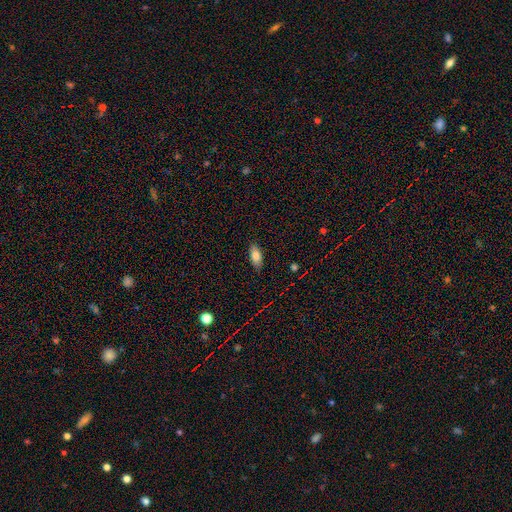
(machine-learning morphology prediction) smooth-or-featured: smooth: 80% | featured or disk: 13% | star or artifact: 8%
  how-rounded: in between: 84% | cigar-shaped: 13% | round: 3%
  merging: none: 86% | minor disturbance: 11% | major disturbance: 2% | merger: 1%